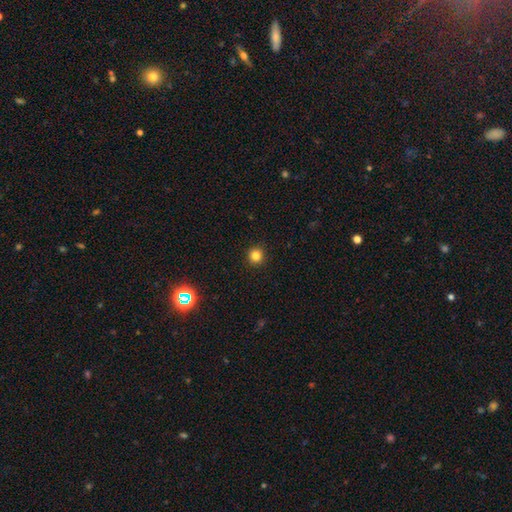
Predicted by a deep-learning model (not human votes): Smooth or featured?
  - smooth: 83% *
  - star or artifact: 13%
  - featured or disk: 4%
How rounded?
  - round: 95% *
  - in between: 4%
  - cigar-shaped: 1%
Merging?
  - none: 93% *
  - minor disturbance: 5%
  - major disturbance: 2%
  - merger: 1%